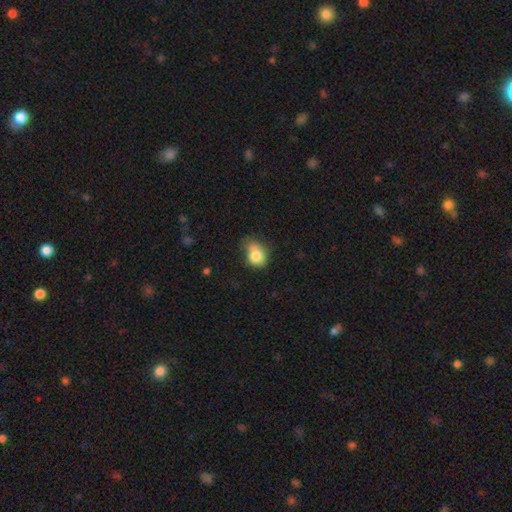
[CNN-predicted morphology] type=smooth (79%); roundness=round (54%); merging=none (37%).